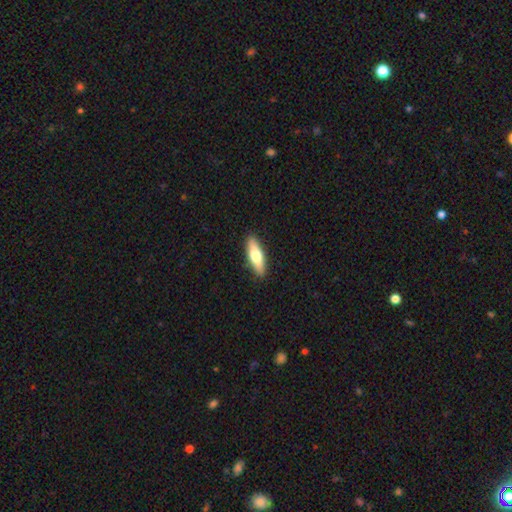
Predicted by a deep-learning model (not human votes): smooth 65%, featured or disk 29%, star or artifact 5%. Down the decision tree: how rounded — cigar-shaped (50%); merging — none (90%).